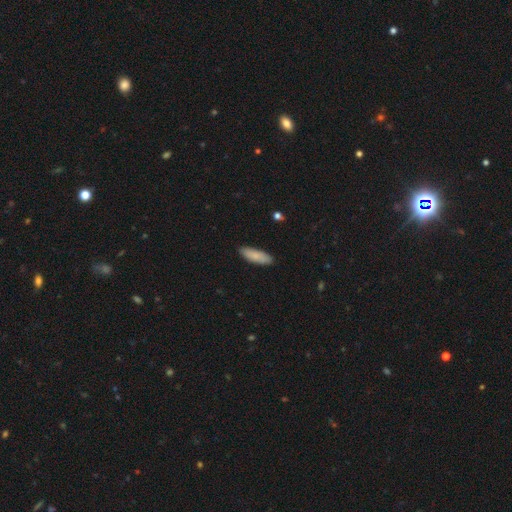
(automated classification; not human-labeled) This is clearly a smooth galaxy (83%). How rounded: possibly in between (59%). Merging: clearly none (87%).